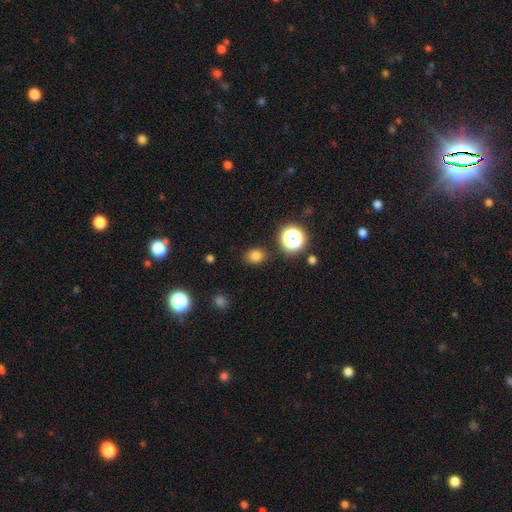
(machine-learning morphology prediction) Q: Smooth or featured?
A: smooth (78%); runner-up: star or artifact (16%)
Q: How rounded?
A: round (57%); runner-up: in between (42%)
Q: Merging?
A: none (86%); runner-up: minor disturbance (9%)